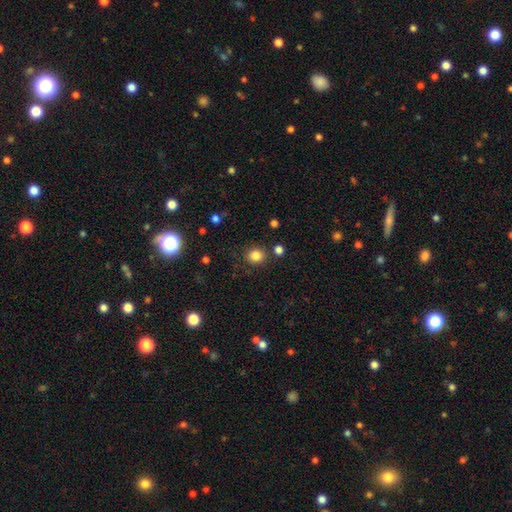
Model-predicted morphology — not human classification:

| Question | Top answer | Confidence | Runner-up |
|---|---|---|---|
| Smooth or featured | smooth | 83% | star or artifact (12%) |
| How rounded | round | 82% | in between (17%) |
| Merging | none | 83% | minor disturbance (9%) |